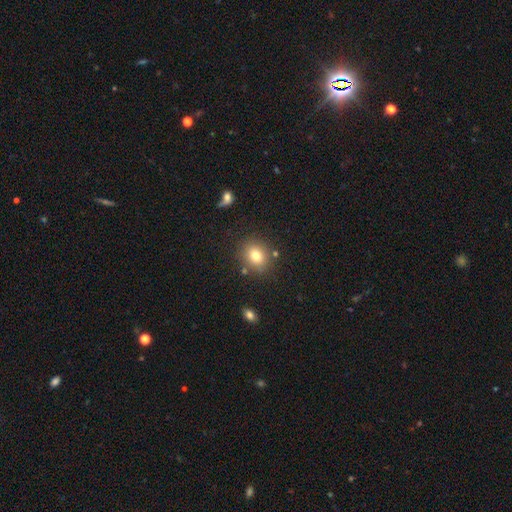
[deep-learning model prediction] The model was most divided on "how rounded": round: 69%, in between: 30%, cigar-shaped: 1%. More confident: merging — none (82%); smooth or featured — smooth (77%).